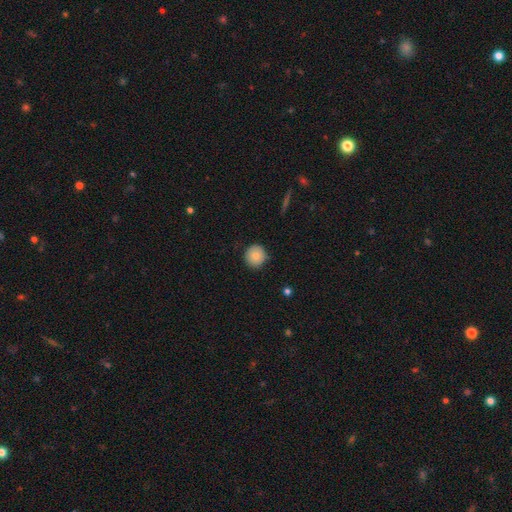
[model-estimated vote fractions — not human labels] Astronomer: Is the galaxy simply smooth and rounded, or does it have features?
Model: smooth — 78%.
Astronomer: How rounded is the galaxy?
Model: round — 93%.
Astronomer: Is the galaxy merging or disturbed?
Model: none — 88%.